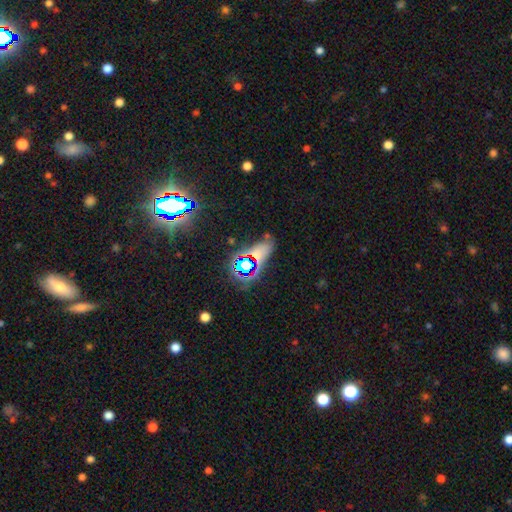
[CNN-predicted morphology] star or artifact 47%, smooth 40%, featured or disk 13%.